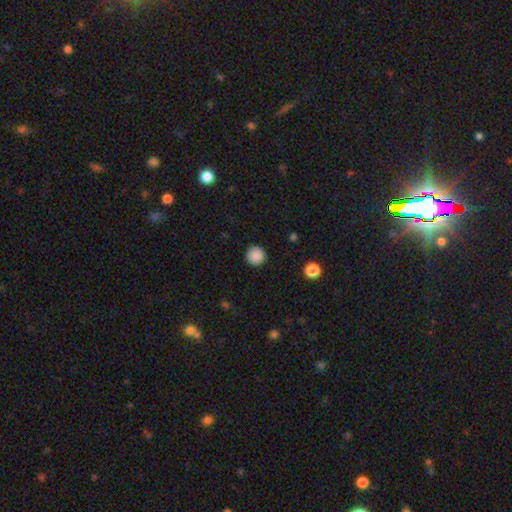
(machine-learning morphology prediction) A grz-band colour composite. It shows a smooth galaxy with no disk features (88%) that is round (96%). Merging: none (92%).